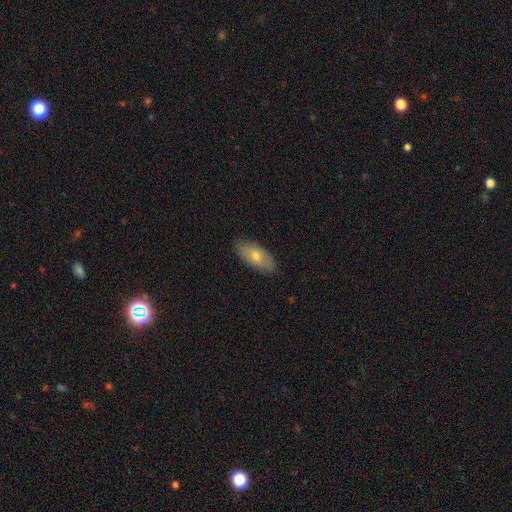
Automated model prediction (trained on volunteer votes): smooth-or-featured: smooth: 66% | featured or disk: 27% | star or artifact: 7%
  how-rounded: in between: 87% | cigar-shaped: 11% | round: 3%
  merging: none: 86% | minor disturbance: 11% | major disturbance: 2% | merger: 1%